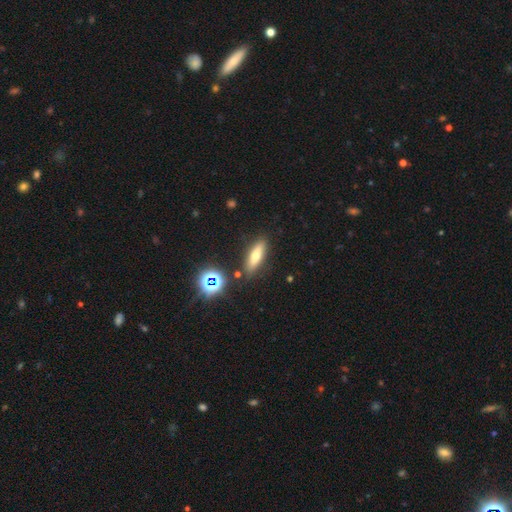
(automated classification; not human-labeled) Q: Smooth or featured?
A: smooth (59%); runner-up: featured or disk (29%)
Q: How rounded?
A: cigar-shaped (53%); runner-up: in between (42%)
Q: Merging?
A: none (84%); runner-up: minor disturbance (10%)